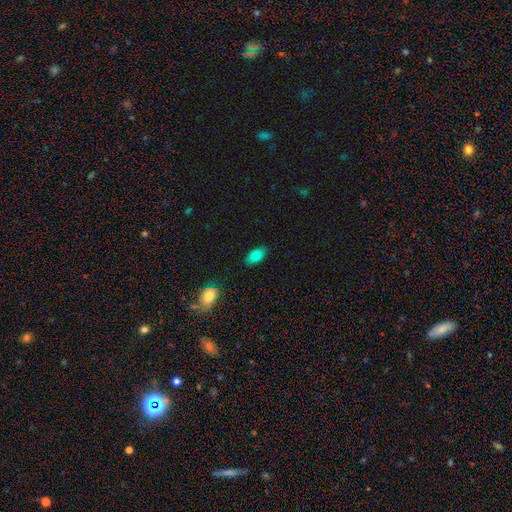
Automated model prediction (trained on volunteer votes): Smooth or featured: smooth — 79% (featured or disk — 13%)
How rounded: in between — 91% (cigar-shaped — 5%)
Merging: none — 86% (minor disturbance — 10%)